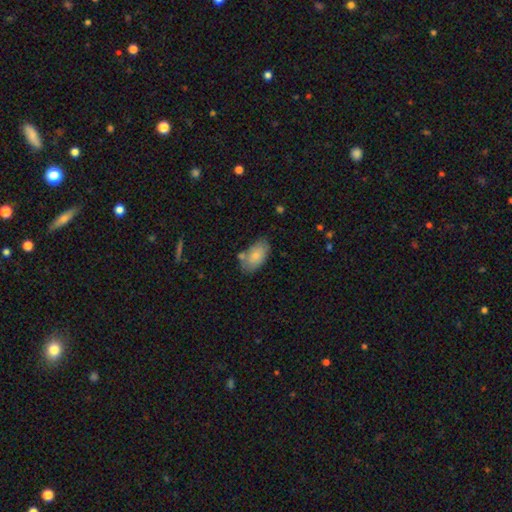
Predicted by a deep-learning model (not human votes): The model was most divided on "merging": none: 65%, minor disturbance: 19%, merger: 11%, major disturbance: 4%. More confident: how rounded — in between (93%); smooth or featured — smooth (76%).